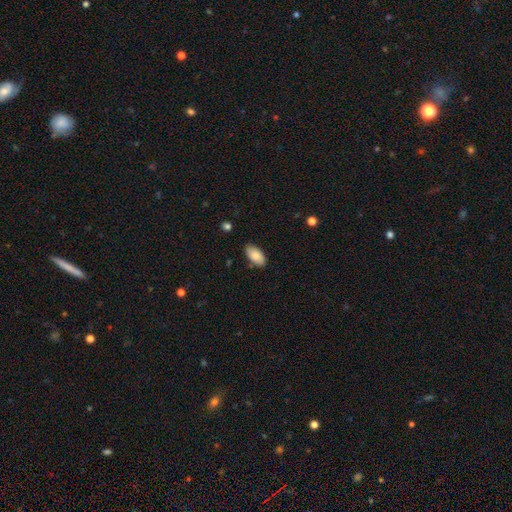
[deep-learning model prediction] smooth-or-featured: smooth: 84% | featured or disk: 10% | star or artifact: 7%
  how-rounded: in between: 94% | cigar-shaped: 3% | round: 2%
  merging: none: 83% | minor disturbance: 13% | major disturbance: 2% | merger: 2%